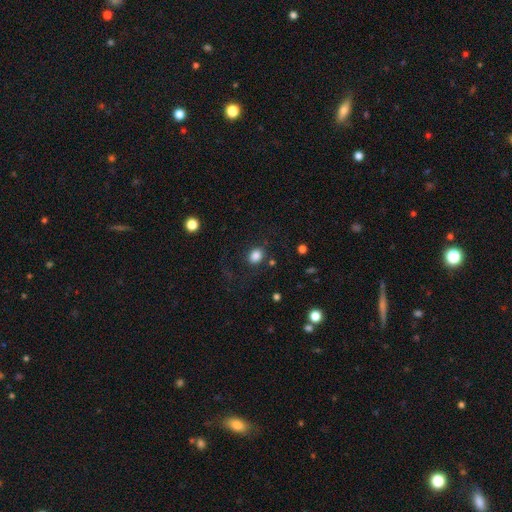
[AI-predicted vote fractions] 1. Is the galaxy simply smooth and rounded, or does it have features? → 84% smooth, 10% star or artifact, 6% featured or disk.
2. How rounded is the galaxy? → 52% round, 47% in between, 1% cigar-shaped.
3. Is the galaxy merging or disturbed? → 78% none, 12% minor disturbance, 8% major disturbance, 3% merger.